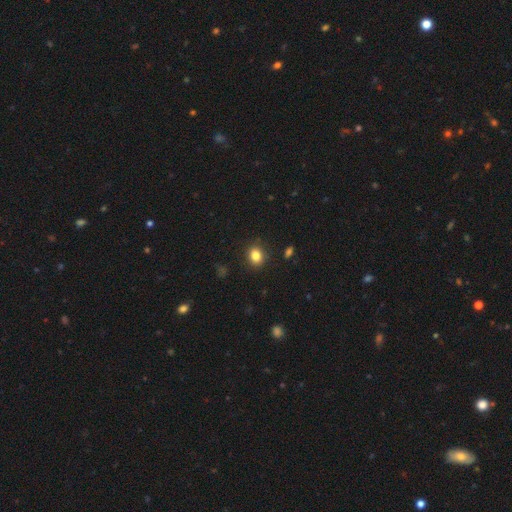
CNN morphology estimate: Q: Smooth or featured?
A: smooth (84%); runner-up: star or artifact (10%)
Q: How rounded?
A: round (52%); runner-up: in between (47%)
Q: Merging?
A: none (88%); runner-up: minor disturbance (8%)